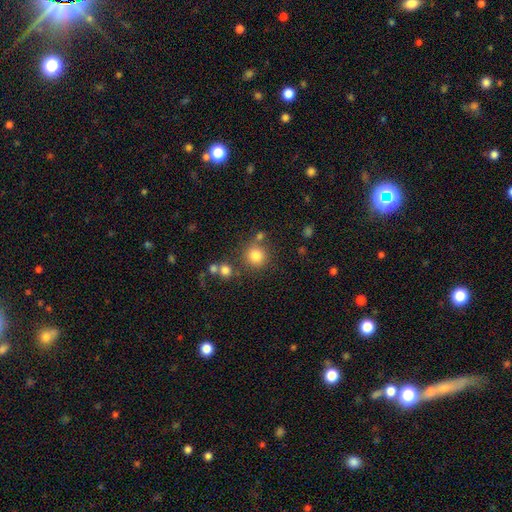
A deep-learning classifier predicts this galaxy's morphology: Q: Smooth or featured?
A: smooth (81%); runner-up: star or artifact (12%)
Q: How rounded?
A: round (92%); runner-up: in between (7%)
Q: Merging?
A: none (76%); runner-up: merger (11%)